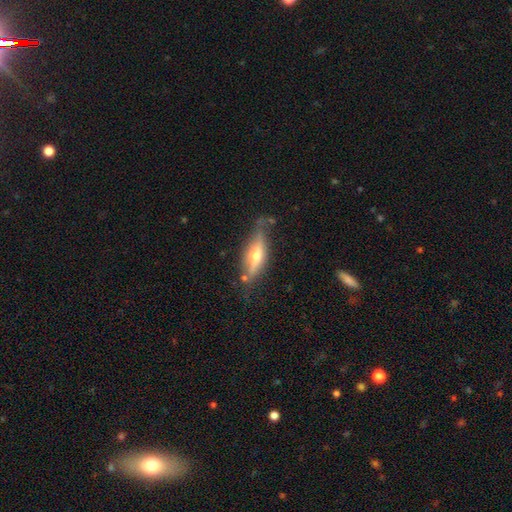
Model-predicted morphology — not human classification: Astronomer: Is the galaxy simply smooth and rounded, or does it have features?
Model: featured or disk — 63%.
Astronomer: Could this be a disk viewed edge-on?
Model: yes — 87%.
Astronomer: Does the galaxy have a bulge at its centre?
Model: rounded — 91%.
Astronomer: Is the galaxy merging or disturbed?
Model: none — 67%.